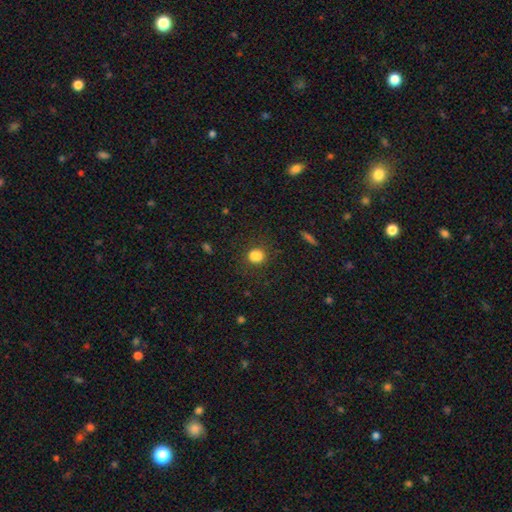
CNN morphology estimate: The model was most divided on "how rounded": round: 66%, in between: 33%, cigar-shaped: 1%. More confident: smooth or featured — smooth (82%); merging — none (78%).